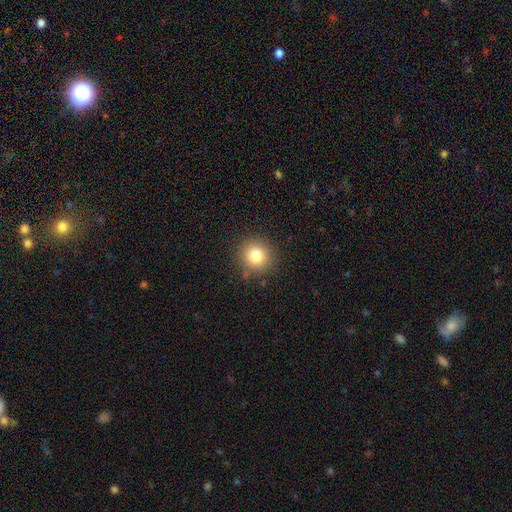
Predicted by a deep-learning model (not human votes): Q: Smooth or featured?
A: smooth (81%); runner-up: star or artifact (12%)
Q: How rounded?
A: round (92%); runner-up: in between (7%)
Q: Merging?
A: none (87%); runner-up: minor disturbance (8%)